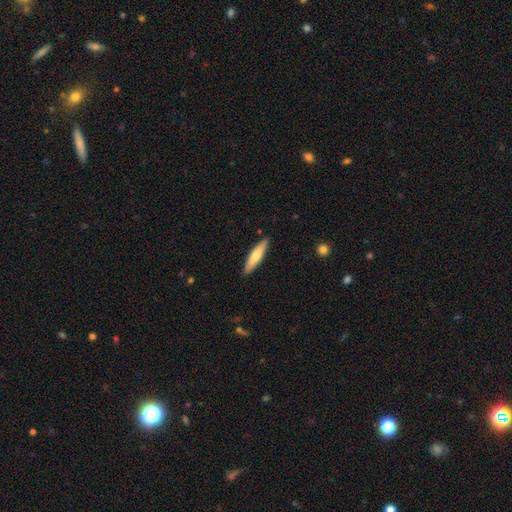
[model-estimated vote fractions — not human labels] Morphology: type=smooth (66%); roundness=cigar-shaped (81%); merging=none (89%).